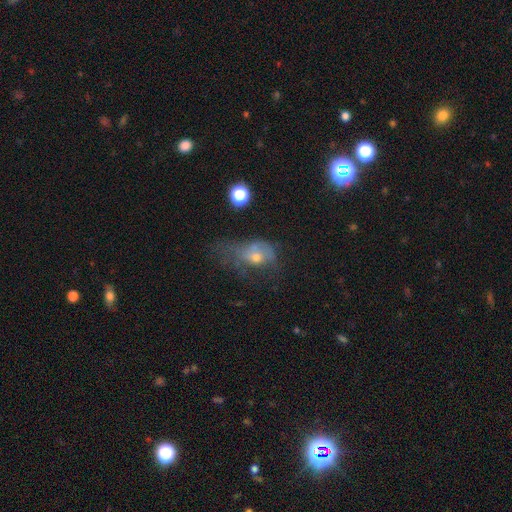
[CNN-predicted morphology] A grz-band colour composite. It shows a smooth galaxy with no disk features (47%). Merging: major disturbance (50%).